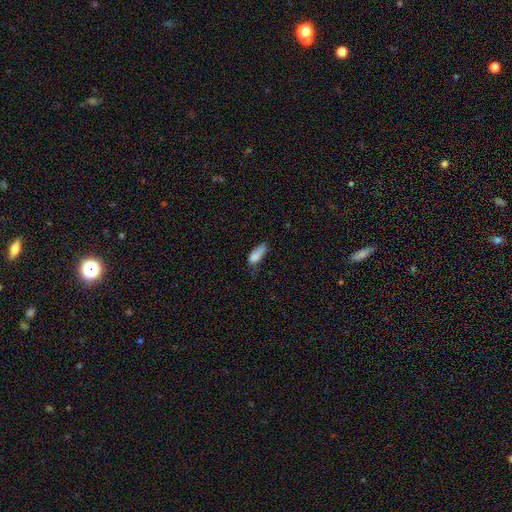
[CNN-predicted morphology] Q: Smooth or featured?
A: smooth (80%); runner-up: featured or disk (11%)
Q: How rounded?
A: in between (68%); runner-up: cigar-shaped (29%)
Q: Merging?
A: minor disturbance (37%); runner-up: none (36%)